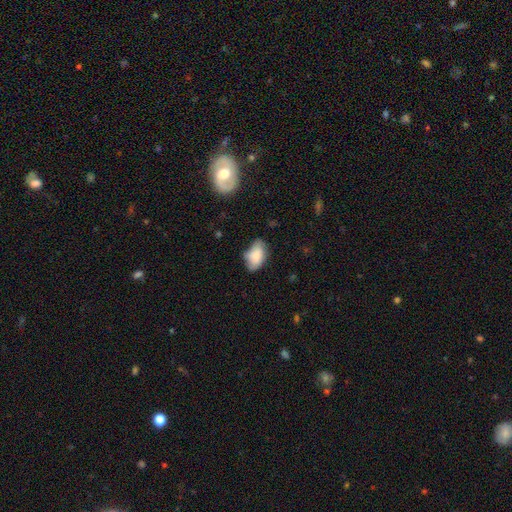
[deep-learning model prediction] This appears to be a smooth galaxy with no disk features (78%) that is in between round and cigar-shaped (92%). Merging: none (57%).